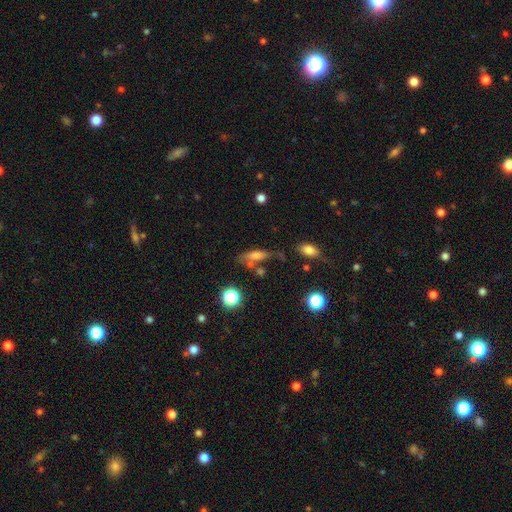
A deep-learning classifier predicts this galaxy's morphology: The model was most divided on "how rounded": in between: 48%, cigar-shaped: 47%, round: 5%. More confident: smooth or featured — smooth (62%); merging — none (52%).